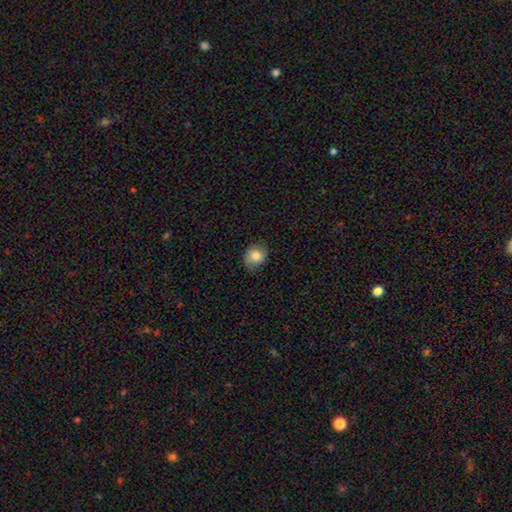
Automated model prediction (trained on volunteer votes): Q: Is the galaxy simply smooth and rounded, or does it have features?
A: smooth — 80%.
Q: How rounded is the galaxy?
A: round — 57%.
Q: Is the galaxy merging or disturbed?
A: none — 77%.